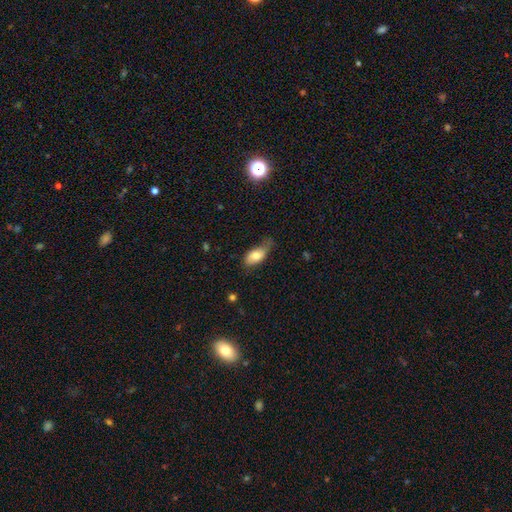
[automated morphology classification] Smooth or featured?
  - smooth: 73% *
  - featured or disk: 20%
  - star or artifact: 7%
How rounded?
  - in between: 89% *
  - cigar-shaped: 7%
  - round: 4%
Merging?
  - none: 43% *
  - minor disturbance: 41%
  - major disturbance: 14%
  - merger: 2%